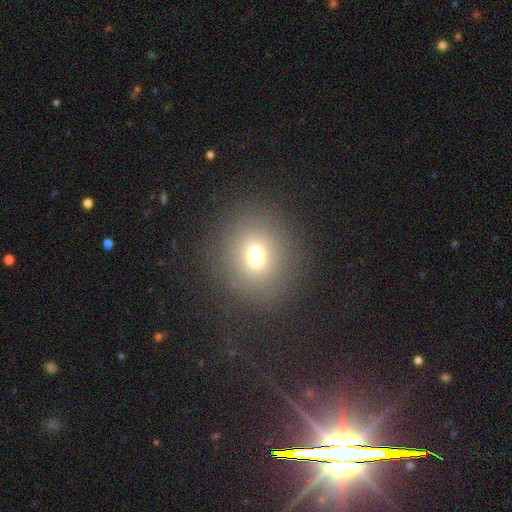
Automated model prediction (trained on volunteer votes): Overall: smooth (68%). How rounded: round (80%). Merging: none (86%).